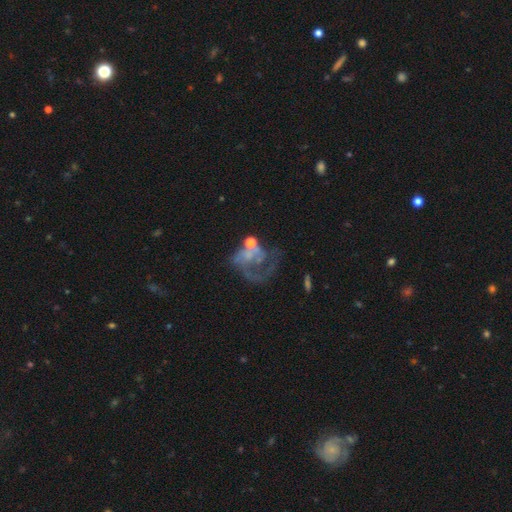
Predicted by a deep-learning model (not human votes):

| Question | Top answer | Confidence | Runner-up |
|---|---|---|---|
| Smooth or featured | featured or disk | 62% | smooth (19%) |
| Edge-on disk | no | 98% | yes (2%) |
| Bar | no | 82% | weak (15%) |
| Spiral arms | yes | 51% | no (49%) |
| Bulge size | none | 52% | small (28%) |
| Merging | major disturbance | 45% | none (29%) |